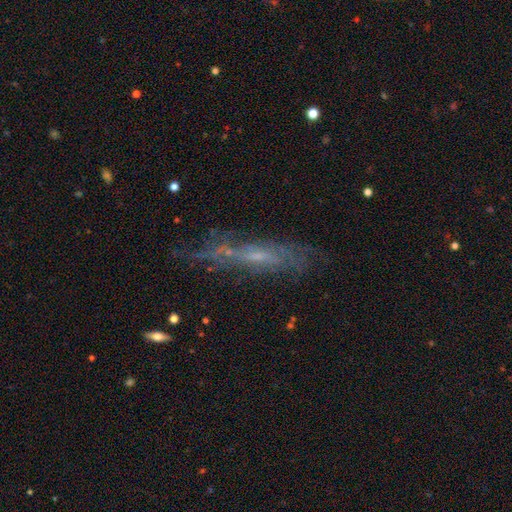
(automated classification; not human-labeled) smooth-or-featured: featured or disk: 59% | smooth: 28% | star or artifact: 13%
  disk-edge-on: yes: 60% | no: 40%
  merging: none: 66% | minor disturbance: 21% | major disturbance: 10% | merger: 3%